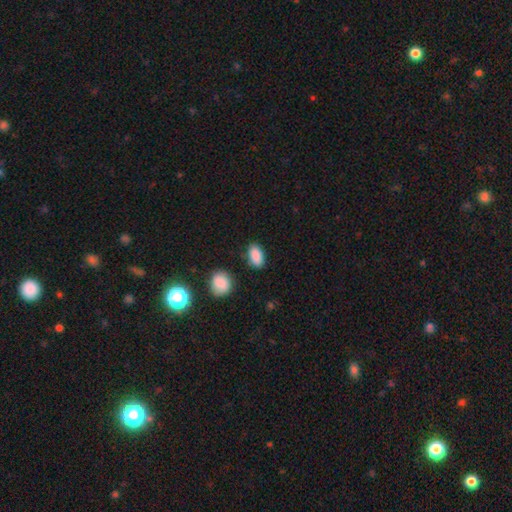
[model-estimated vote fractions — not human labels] Smooth or featured: smooth — 88% (star or artifact — 8%)
How rounded: in between — 91% (round — 6%)
Merging: none — 82% (minor disturbance — 12%)